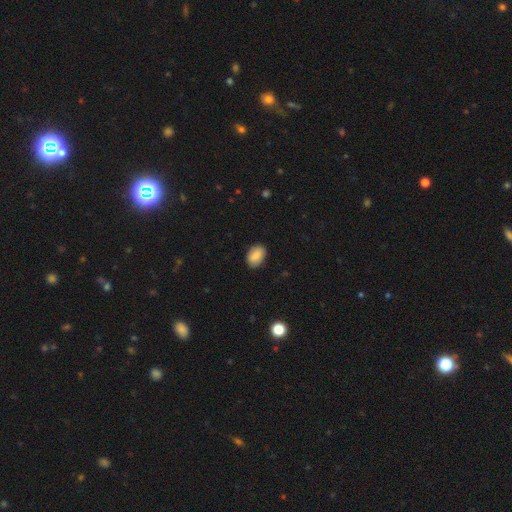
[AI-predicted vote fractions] smooth 83%, featured or disk 9%, star or artifact 8%. Down the decision tree: how rounded — in between (81%); merging — none (86%).